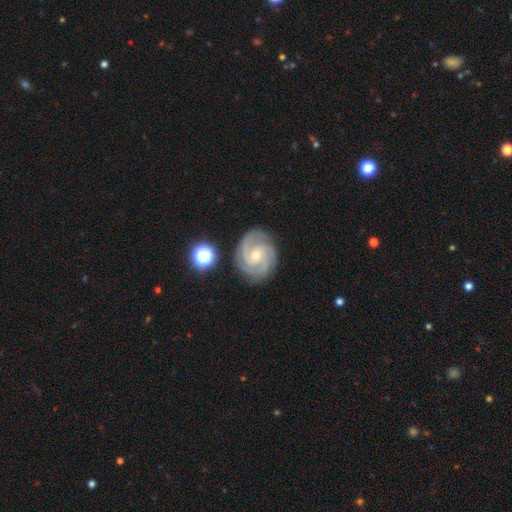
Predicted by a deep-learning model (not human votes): This is clearly a featured or disk galaxy (90%). It is clearly not viewed edge-on (98%). Bar: likely no (62%). Spiral arm pattern: clearly yes (99%). Spiral arm count: possibly 3 (55%). Spiral winding: likely tight (64%). Central bulge: likely small (65%). Merging: clearly none (82%).